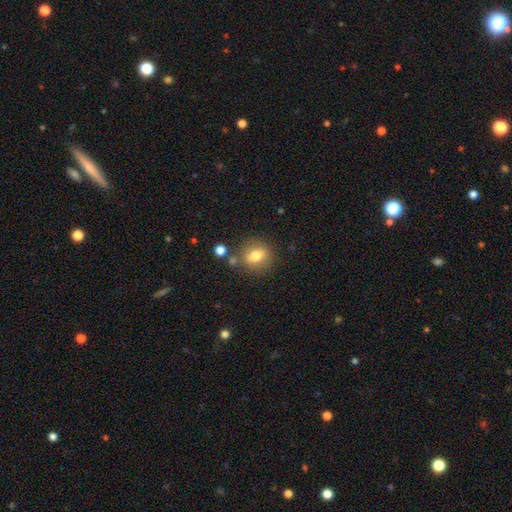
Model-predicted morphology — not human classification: Q: Smooth or featured?
A: smooth (74%); runner-up: featured or disk (16%)
Q: How rounded?
A: round (63%); runner-up: in between (35%)
Q: Merging?
A: none (77%); runner-up: minor disturbance (11%)